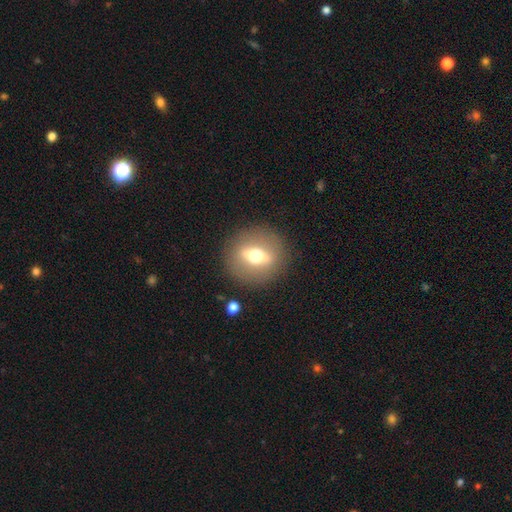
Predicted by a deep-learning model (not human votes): The model was most divided on "smooth or featured": featured or disk: 49%, smooth: 42%, star or artifact: 9%. More confident: merging — none (87%).